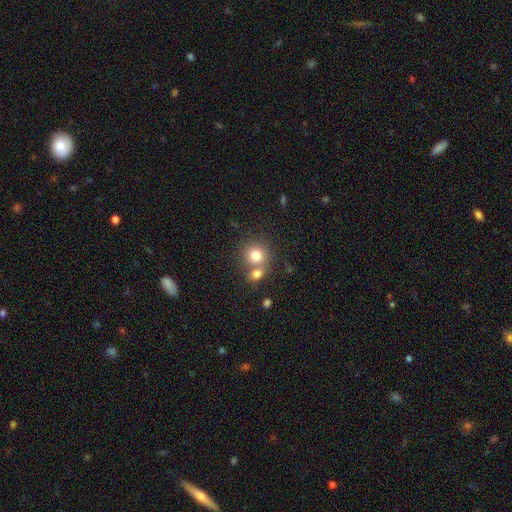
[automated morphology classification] Smooth or featured? Predicted: smooth (p=0.78). How rounded? Predicted: round (p=0.84). Merging? Predicted: none (p=0.49).